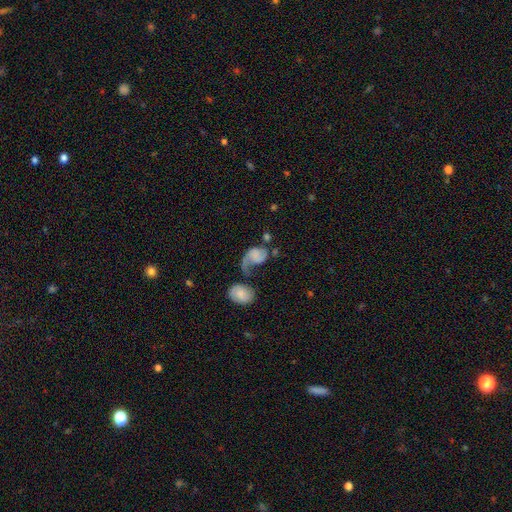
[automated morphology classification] The model was most divided on "smooth or featured": featured or disk: 51%, smooth: 40%, star or artifact: 9%. Remaining: edge-on disk — no (98%); merging — major disturbance (41%).